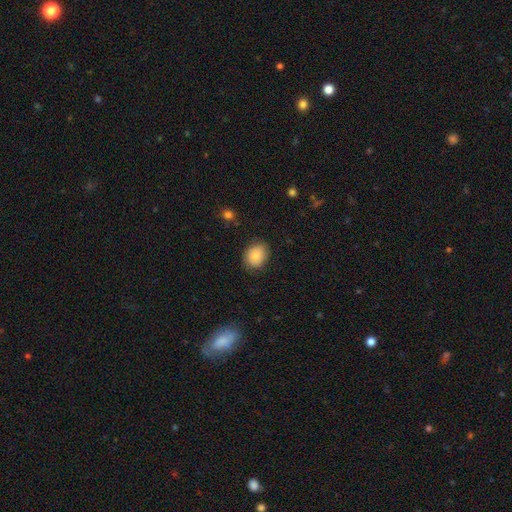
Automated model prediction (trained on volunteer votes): Morphology: type=smooth (82%); roundness=in between (50%); merging=none (80%).